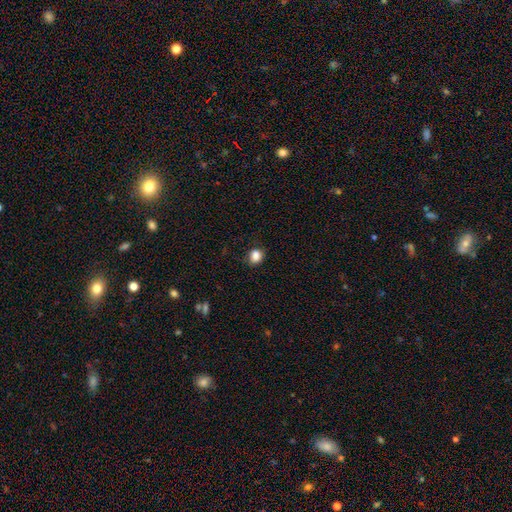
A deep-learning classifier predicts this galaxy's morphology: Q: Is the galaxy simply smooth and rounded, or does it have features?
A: smooth — 86%.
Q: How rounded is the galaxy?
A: round — 64%.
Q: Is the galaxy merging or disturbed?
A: none — 80%.